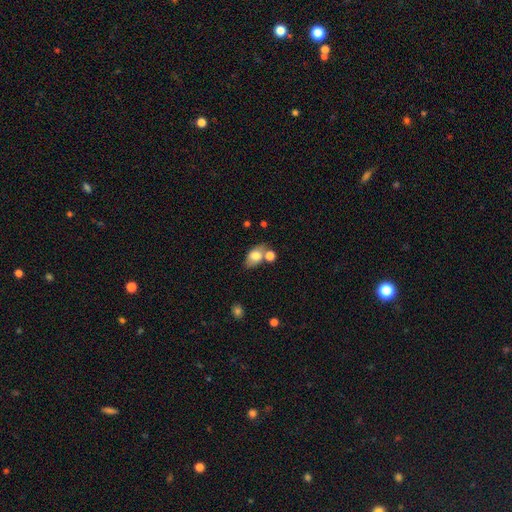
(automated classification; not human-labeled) The model was most divided on "merging": none: 55%, merger: 24%, minor disturbance: 16%, major disturbance: 5%. More confident: how rounded — in between (85%); smooth or featured — smooth (74%).